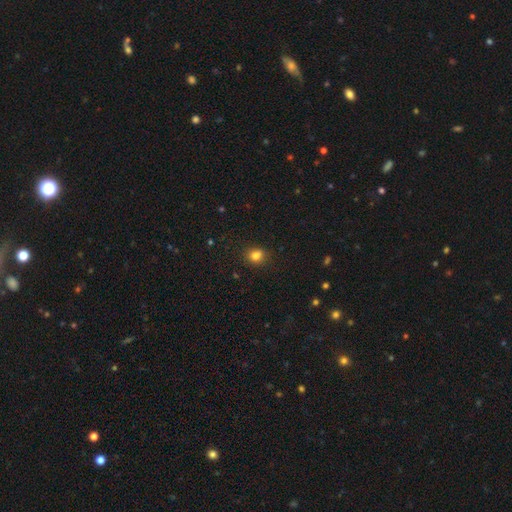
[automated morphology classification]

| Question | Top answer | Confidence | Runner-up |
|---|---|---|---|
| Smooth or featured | smooth | 81% | star or artifact (13%) |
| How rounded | round | 66% | in between (33%) |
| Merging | none | 80% | minor disturbance (13%) |